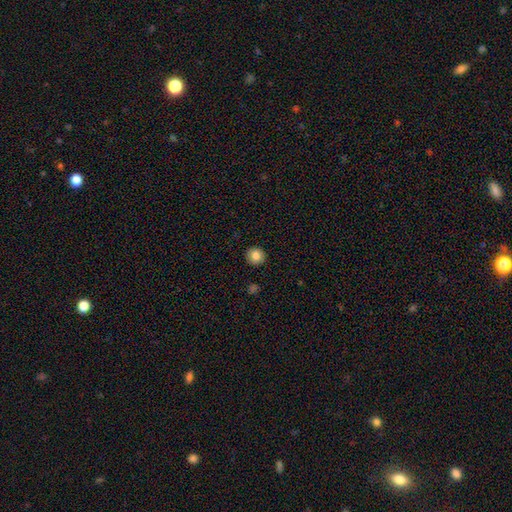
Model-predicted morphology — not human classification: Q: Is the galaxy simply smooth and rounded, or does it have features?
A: smooth — 83%.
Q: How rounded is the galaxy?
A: round — 93%.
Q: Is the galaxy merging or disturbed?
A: none — 91%.